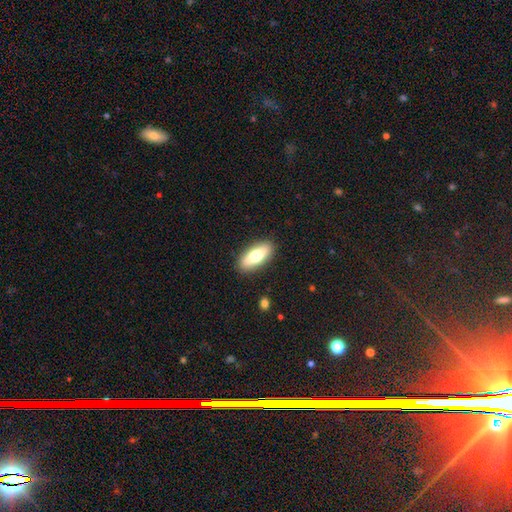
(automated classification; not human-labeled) Morphology: type=smooth (64%); roundness=in between (72%); merging=none (88%).